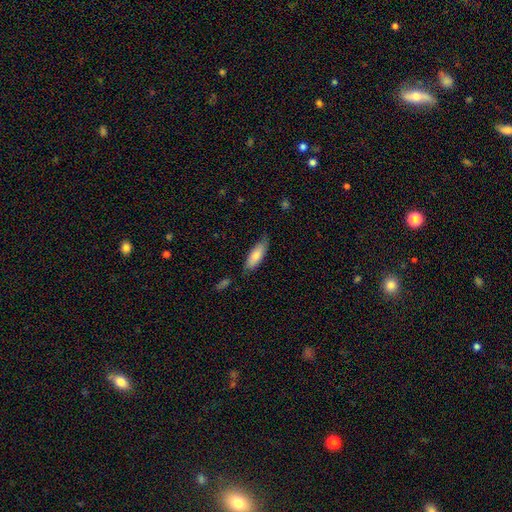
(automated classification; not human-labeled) A smooth galaxy with no disk features (76%) that is in between round and cigar-shaped (62%).

Vote fractions:
- Smooth or featured? smooth: 76% / featured or disk: 18% / star or artifact: 6%
- How rounded? in between: 62% / cigar-shaped: 36% / round: 2%
- Merging? none: 71% / minor disturbance: 22% / major disturbance: 4% / merger: 3%